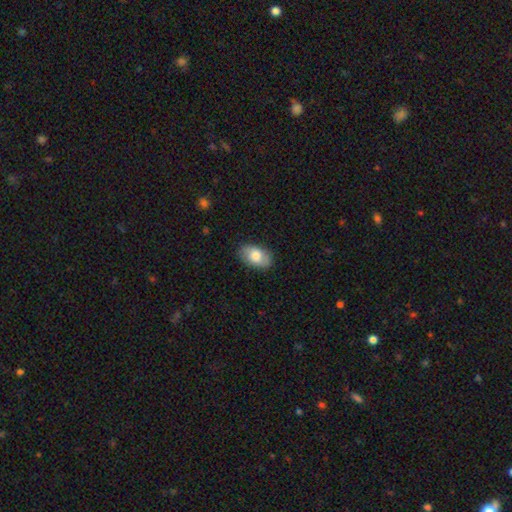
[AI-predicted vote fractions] smooth_or_featured: smooth (p=0.72) [alt: featured or disk p=0.21]
how_rounded: in between (p=0.91) [alt: round p=0.07]
merging: none (p=0.83) [alt: minor disturbance p=0.13]